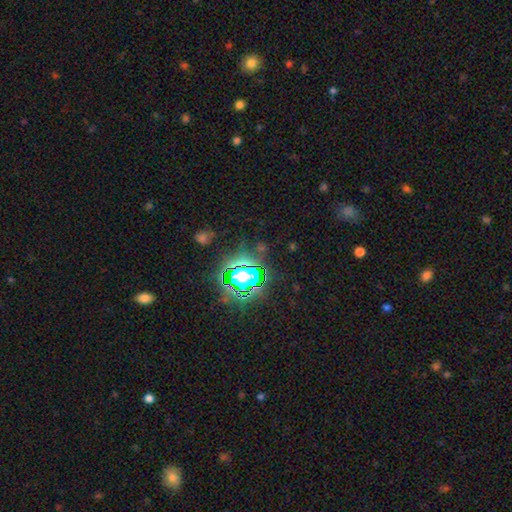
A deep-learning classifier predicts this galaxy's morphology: A star or artifact, not a galaxy (80%).

Vote fractions:
- Smooth or featured? star or artifact: 80% / smooth: 13% / featured or disk: 7%